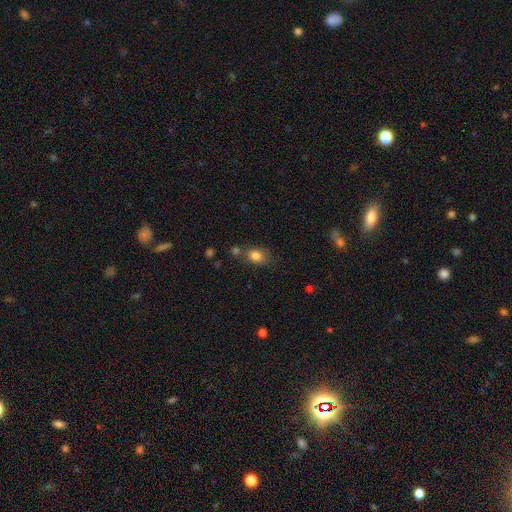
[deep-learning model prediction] Smooth or featured: smooth — 83% (star or artifact — 10%)
How rounded: in between — 64% (round — 34%)
Merging: none — 61% (minor disturbance — 19%)